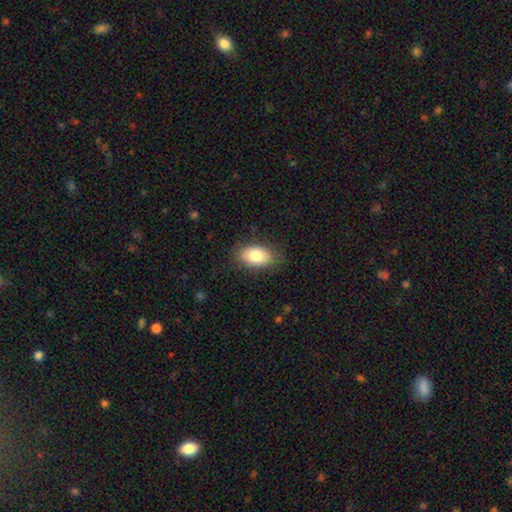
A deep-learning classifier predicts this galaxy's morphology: Q: Smooth or featured?
A: smooth (78%); runner-up: featured or disk (15%)
Q: How rounded?
A: in between (91%); runner-up: round (7%)
Q: Merging?
A: none (82%); runner-up: minor disturbance (14%)